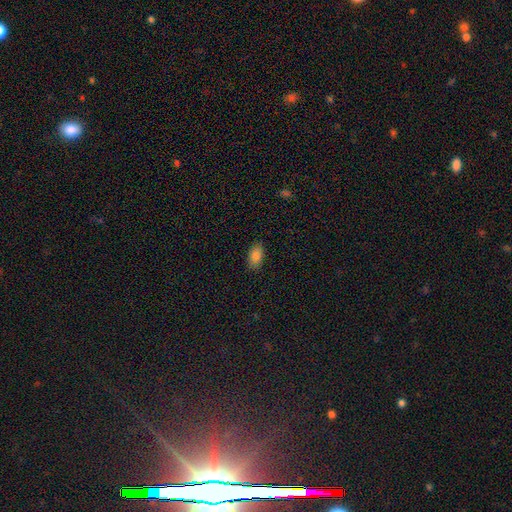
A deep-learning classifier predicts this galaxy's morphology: smooth-or-featured: smooth: 86% | star or artifact: 8% | featured or disk: 6%
  how-rounded: in between: 93% | round: 4% | cigar-shaped: 3%
  merging: none: 87% | minor disturbance: 10% | major disturbance: 2% | merger: 1%